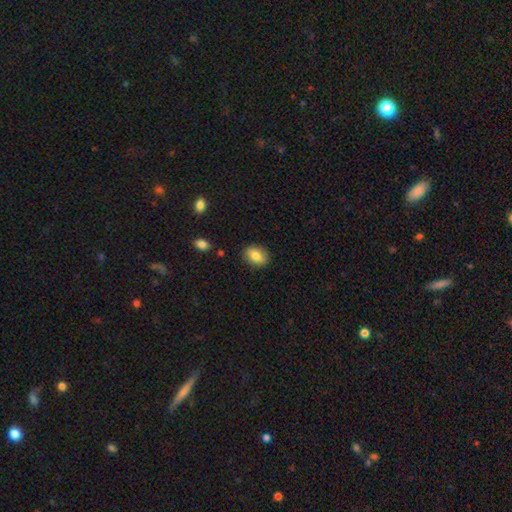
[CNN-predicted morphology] smooth-or-featured: smooth: 82% | featured or disk: 10% | star or artifact: 8%
  how-rounded: in between: 74% | round: 25% | cigar-shaped: 1%
  merging: none: 85% | minor disturbance: 11% | major disturbance: 2% | merger: 2%